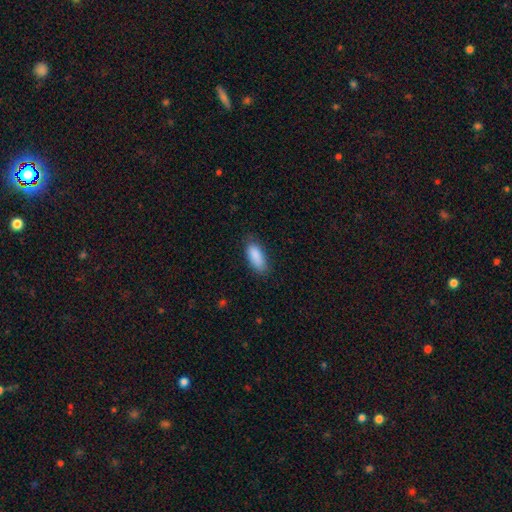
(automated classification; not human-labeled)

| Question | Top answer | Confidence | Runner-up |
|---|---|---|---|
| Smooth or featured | smooth | 88% | star or artifact (6%) |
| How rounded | in between | 81% | cigar-shaped (17%) |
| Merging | none | 78% | minor disturbance (17%) |